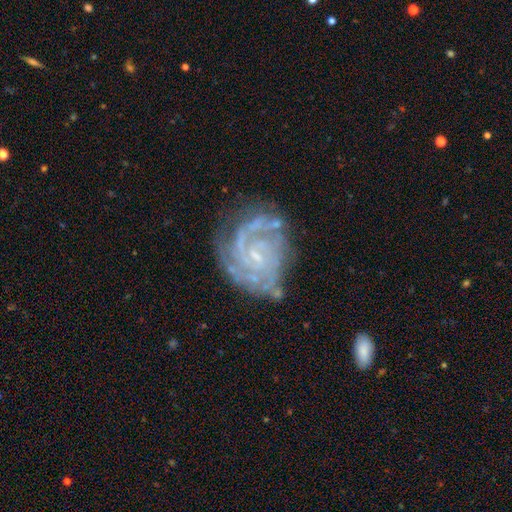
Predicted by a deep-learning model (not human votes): Smooth or featured?
  - featured or disk: 88% *
  - star or artifact: 6%
  - smooth: 6%
Edge-on disk?
  - no: 98% *
  - yes: 2%
Bar?
  - no: 57% *
  - weak: 35%
  - strong: 8%
Spiral arms?
  - yes: 97% *
  - no: 3%
Spiral winding?
  - tight: 65% *
  - medium: 30%
  - loose: 5%
Spiral arm count?
  - 2: 31% *
  - 3: 28%
  - can't tell: 20%
  - 4: 10%
  - 1: 6%
  - more than 4: 6%
Bulge size?
  - small: 76% *
  - moderate: 12%
  - none: 10%
  - large: 1%
  - dominant: 1%
Merging?
  - none: 61% *
  - minor disturbance: 23%
  - major disturbance: 12%
  - merger: 4%